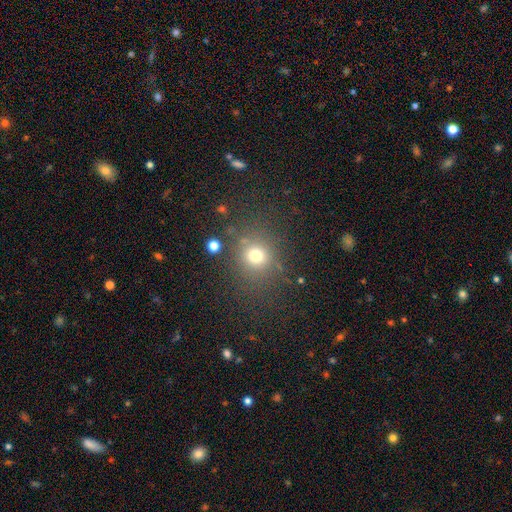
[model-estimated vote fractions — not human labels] smooth_or_featured: smooth (p=0.73) [alt: star or artifact p=0.18]
how_rounded: round (p=0.84) [alt: in between p=0.14]
merging: none (p=0.78) [alt: minor disturbance p=0.11]